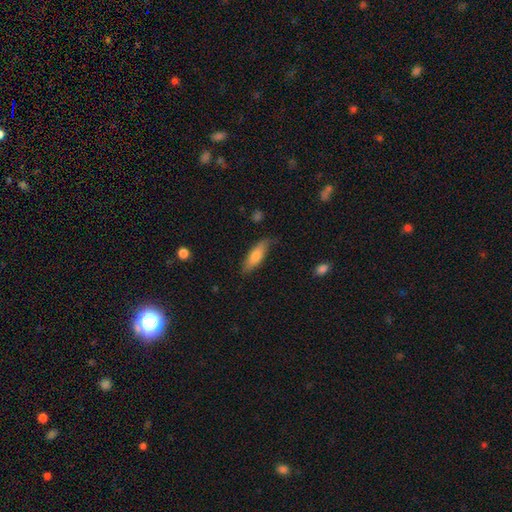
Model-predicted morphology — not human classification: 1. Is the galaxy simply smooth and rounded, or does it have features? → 74% smooth, 20% featured or disk, 6% star or artifact.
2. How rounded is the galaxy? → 53% in between, 45% cigar-shaped, 2% round.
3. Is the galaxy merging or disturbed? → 73% none, 22% minor disturbance, 4% major disturbance, 2% merger.